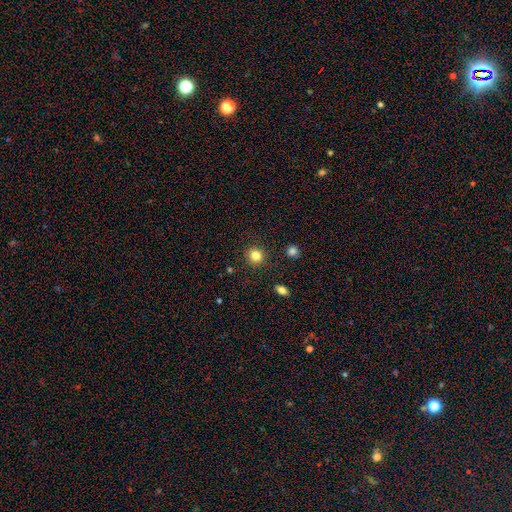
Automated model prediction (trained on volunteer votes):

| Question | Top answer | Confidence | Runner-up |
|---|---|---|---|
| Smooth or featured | smooth | 83% | star or artifact (12%) |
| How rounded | round | 91% | in between (8%) |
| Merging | none | 90% | minor disturbance (6%) |